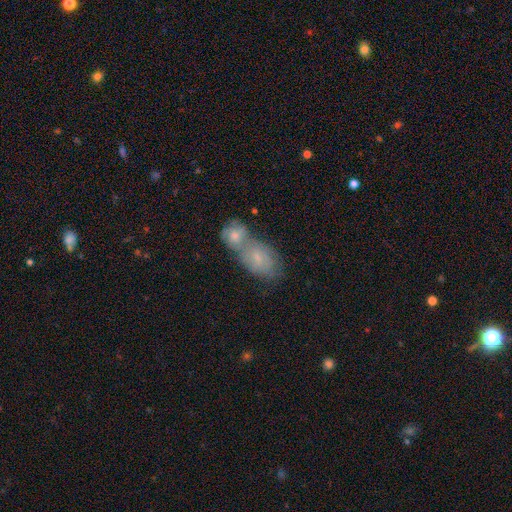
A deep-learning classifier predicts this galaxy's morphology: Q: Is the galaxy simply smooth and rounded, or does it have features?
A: smooth — 48%.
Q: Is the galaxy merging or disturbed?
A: merger — 58%.